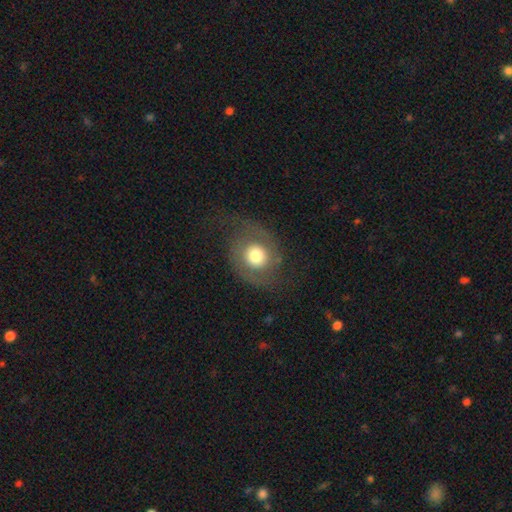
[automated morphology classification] Smooth or featured: smooth — 53% (featured or disk — 38%)
How rounded: round — 70% (in between — 29%)
Merging: none — 61% (major disturbance — 19%)